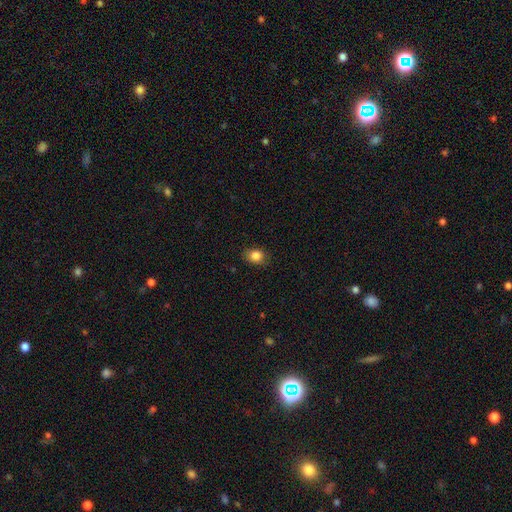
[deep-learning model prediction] Morphology: type=smooth (85%); roundness=in between (52%); merging=none (84%).